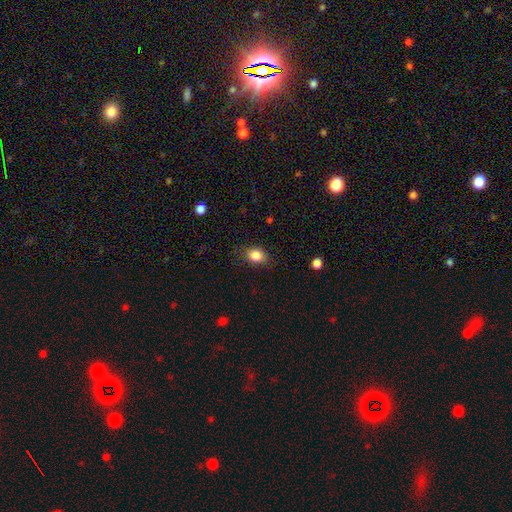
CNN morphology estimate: A smooth galaxy with no disk features (85%) that is in between round and cigar-shaped (60%).

Vote fractions:
- Smooth or featured? smooth: 85% / star or artifact: 9% / featured or disk: 5%
- How rounded? in between: 60% / round: 39% / cigar-shaped: 1%
- Merging? none: 82% / minor disturbance: 13% / major disturbance: 4% / merger: 1%